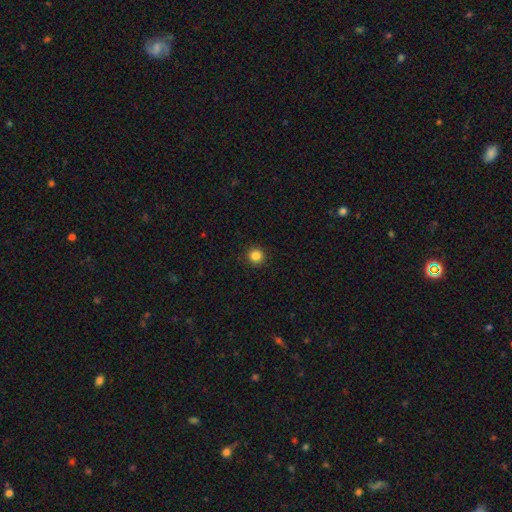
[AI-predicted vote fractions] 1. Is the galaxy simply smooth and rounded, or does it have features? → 84% smooth, 12% star or artifact, 4% featured or disk.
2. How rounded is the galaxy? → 95% round, 4% in between, 1% cigar-shaped.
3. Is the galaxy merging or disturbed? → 93% none, 5% minor disturbance, 2% major disturbance, 1% merger.